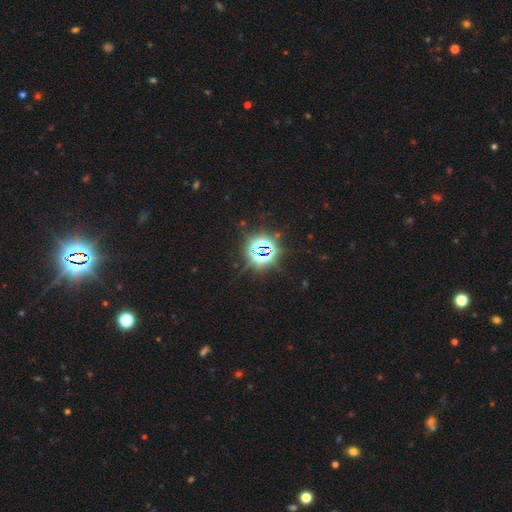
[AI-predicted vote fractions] Q: Smooth or featured?
A: star or artifact (81%); runner-up: smooth (11%)